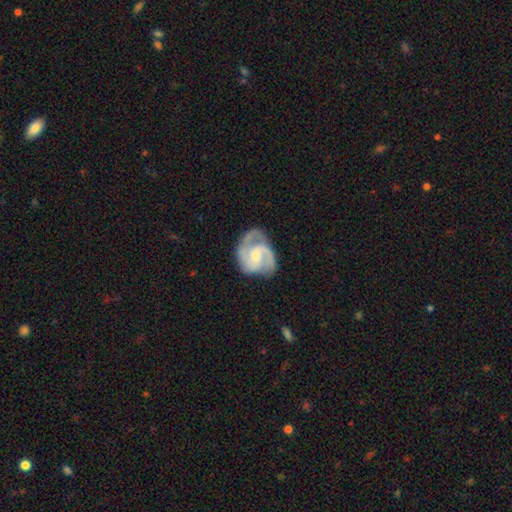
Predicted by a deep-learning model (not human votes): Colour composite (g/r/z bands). It shows a featured or disk galaxy (87%) with a weak bar (45%), 2 (73%) medium (56%) spiral arms (97%) and a small central bulge (59%). Merging: none (65%).